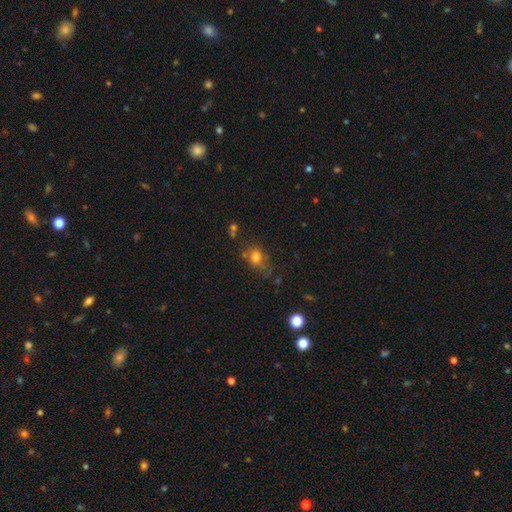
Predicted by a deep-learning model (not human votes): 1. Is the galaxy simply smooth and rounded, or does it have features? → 62% smooth, 25% star or artifact, 13% featured or disk.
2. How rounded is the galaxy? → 50% round, 47% in between, 3% cigar-shaped.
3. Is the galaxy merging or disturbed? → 60% none, 22% minor disturbance, 10% major disturbance, 8% merger.